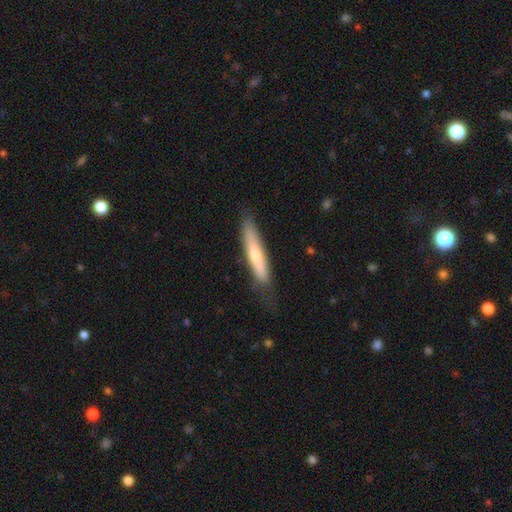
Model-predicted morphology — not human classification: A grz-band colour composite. It shows a smooth galaxy with no disk features (60%) that is cigar-shaped (87%). Merging: none (73%).